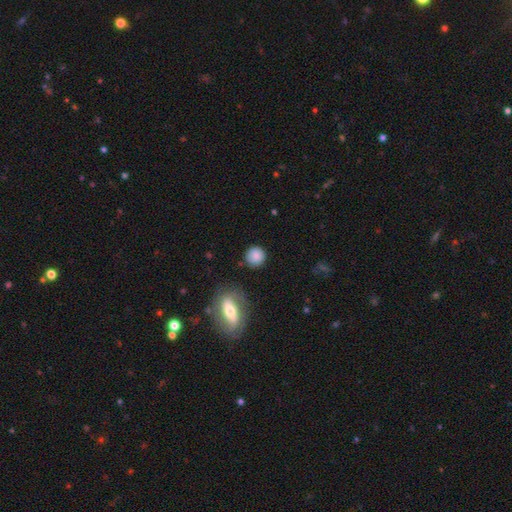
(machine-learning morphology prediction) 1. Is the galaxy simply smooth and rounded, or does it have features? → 82% smooth, 10% featured or disk, 9% star or artifact.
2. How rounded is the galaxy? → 90% round, 9% in between, 1% cigar-shaped.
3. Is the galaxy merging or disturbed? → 82% none, 11% minor disturbance, 4% major disturbance, 3% merger.